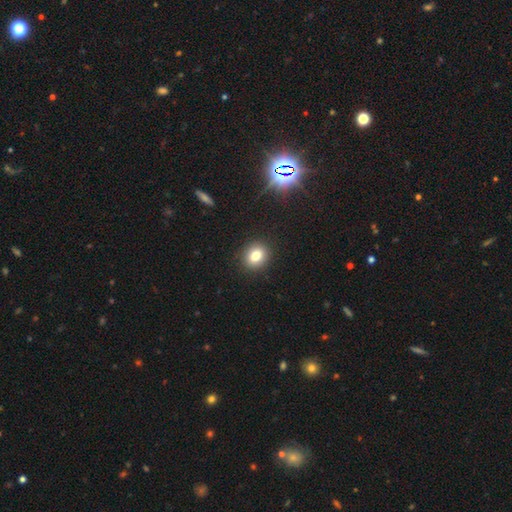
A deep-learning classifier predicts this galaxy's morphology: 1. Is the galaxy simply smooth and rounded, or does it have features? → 80% smooth, 12% star or artifact, 8% featured or disk.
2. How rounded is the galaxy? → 63% round, 36% in between, 1% cigar-shaped.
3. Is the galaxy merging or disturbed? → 91% none, 6% minor disturbance, 2% major disturbance, 1% merger.